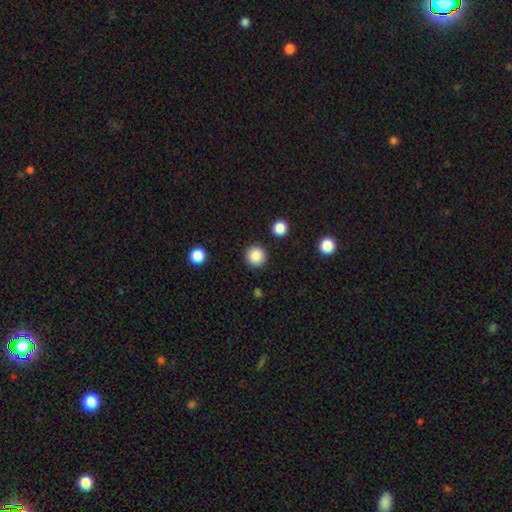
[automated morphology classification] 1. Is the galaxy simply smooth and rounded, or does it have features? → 87% smooth, 9% star or artifact, 3% featured or disk.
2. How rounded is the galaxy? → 95% round, 4% in between, 1% cigar-shaped.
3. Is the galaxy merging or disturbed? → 91% none, 5% minor disturbance, 2% major disturbance, 2% merger.